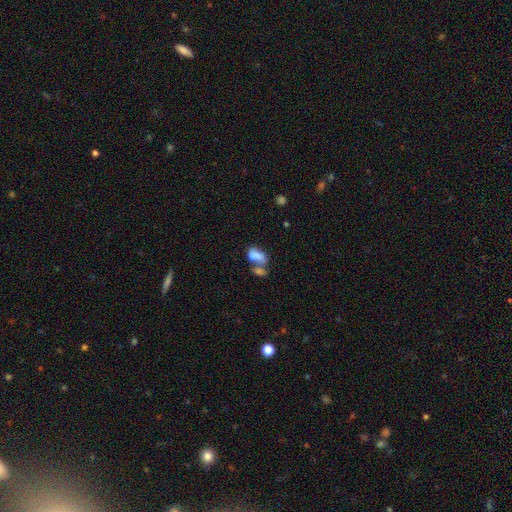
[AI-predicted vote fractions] This is likely a smooth galaxy (72%). How rounded: clearly in between (89%). Merging: likely merger (62%).